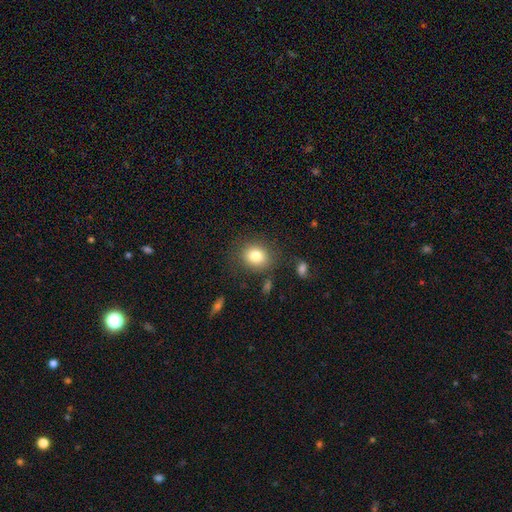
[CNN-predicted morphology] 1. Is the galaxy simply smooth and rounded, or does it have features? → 80% smooth, 10% star or artifact, 10% featured or disk.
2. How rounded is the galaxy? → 64% round, 35% in between, 1% cigar-shaped.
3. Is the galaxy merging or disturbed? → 81% none, 11% minor disturbance, 5% major disturbance, 3% merger.